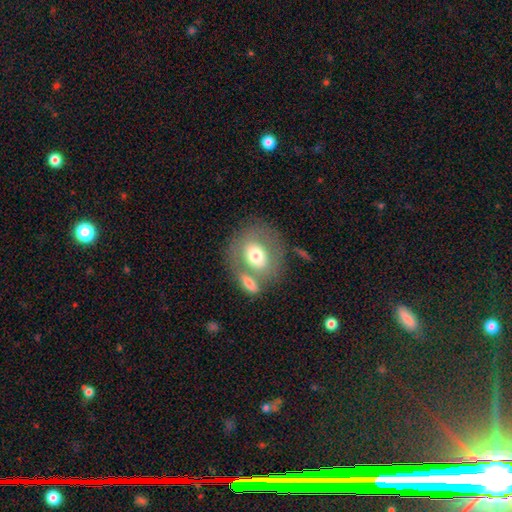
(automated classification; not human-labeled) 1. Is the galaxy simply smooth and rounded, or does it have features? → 63% smooth, 29% featured or disk, 8% star or artifact.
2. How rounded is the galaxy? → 59% round, 40% in between, 1% cigar-shaped.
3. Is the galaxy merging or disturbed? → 52% none, 28% merger, 13% minor disturbance, 7% major disturbance.